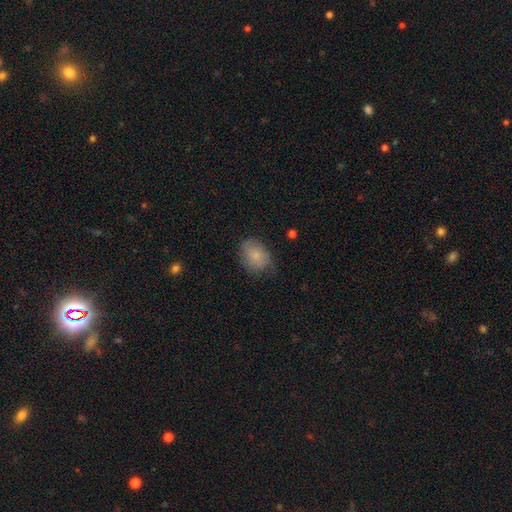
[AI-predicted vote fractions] A smooth galaxy with no disk features (79%) that is in between round and cigar-shaped (63%).

Vote fractions:
- Smooth or featured? smooth: 79% / featured or disk: 13% / star or artifact: 8%
- How rounded? in between: 63% / round: 36% / cigar-shaped: 1%
- Merging? none: 61% / minor disturbance: 29% / major disturbance: 8% / merger: 1%